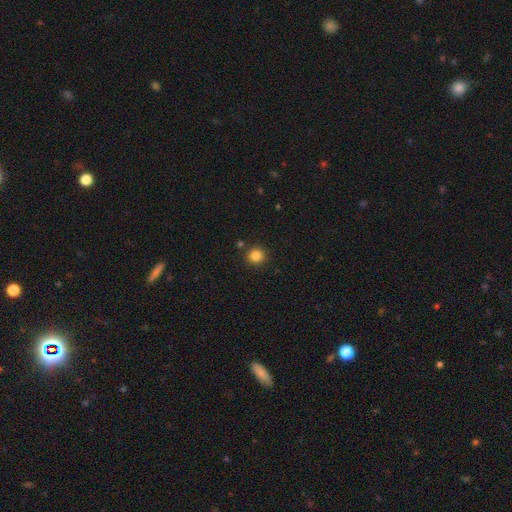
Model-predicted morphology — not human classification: Smooth or featured: smooth — 84% (star or artifact — 12%)
How rounded: round — 92% (in between — 7%)
Merging: none — 89% (minor disturbance — 6%)